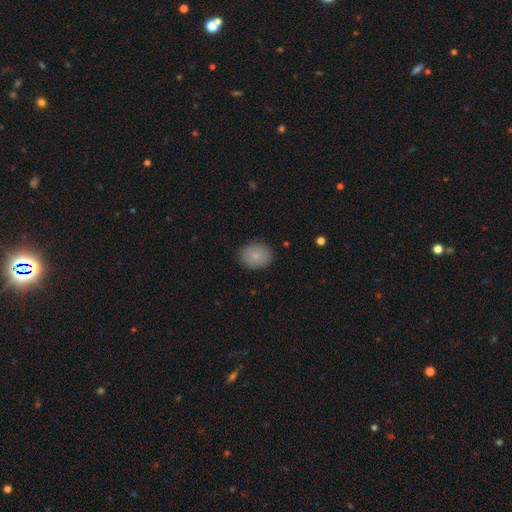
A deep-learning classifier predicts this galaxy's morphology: Smooth or featured? smooth (85%)
How rounded? in between (55%)
Merging? none (87%)